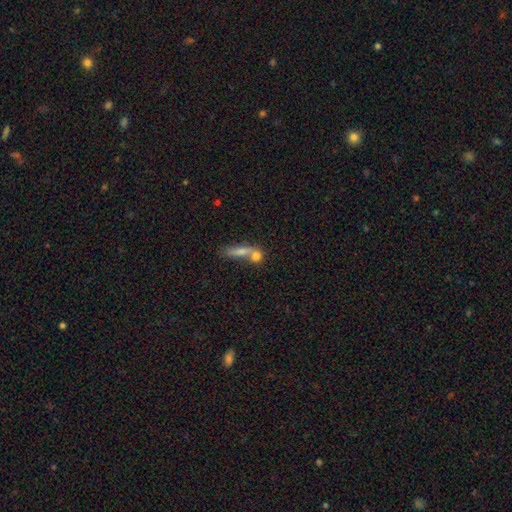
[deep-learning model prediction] Overall: smooth (70%). How rounded: round (37%; in between 34%). Merging: merger (55%; none 30%).